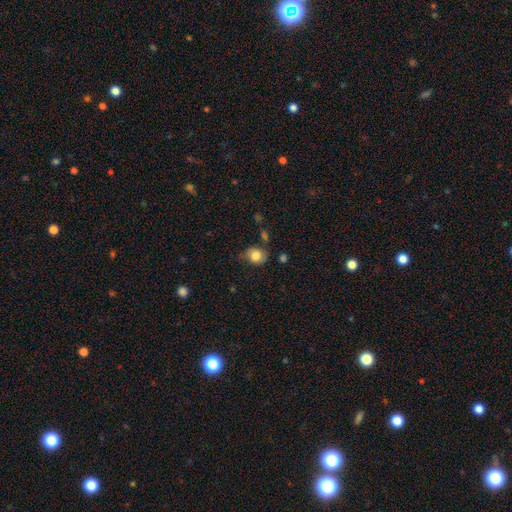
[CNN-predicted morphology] Smooth or featured?
  - smooth: 75% *
  - featured or disk: 17%
  - star or artifact: 8%
How rounded?
  - round: 50% *
  - in between: 49%
  - cigar-shaped: 1%
Merging?
  - none: 53% *
  - minor disturbance: 32%
  - major disturbance: 11%
  - merger: 4%